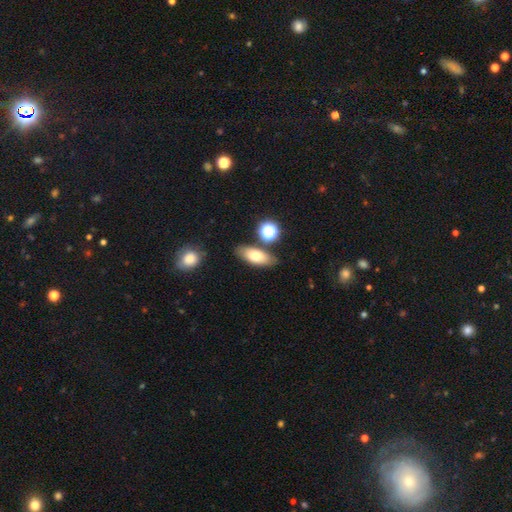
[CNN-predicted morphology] A smooth galaxy with no disk features (71%) that is in between round and cigar-shaped (78%).

Vote fractions:
- Smooth or featured? smooth: 71% / featured or disk: 20% / star or artifact: 9%
- How rounded? in between: 78% / cigar-shaped: 16% / round: 6%
- Merging? none: 78% / minor disturbance: 11% / merger: 8% / major disturbance: 3%